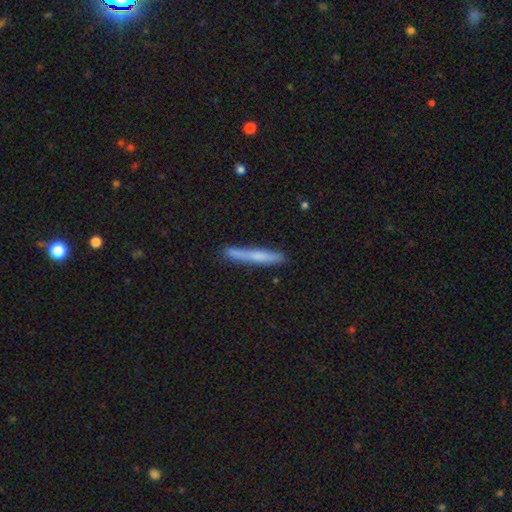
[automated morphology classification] This appears to be a smooth galaxy with no disk features (60%) that is cigar-shaped (96%). Merging: none (83%).